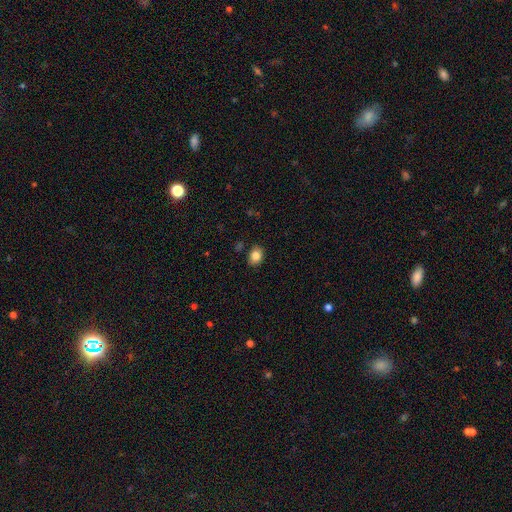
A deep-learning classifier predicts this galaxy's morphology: A smooth galaxy with no disk features (84%) that is in between round and cigar-shaped (64%). Merging: none (86%).